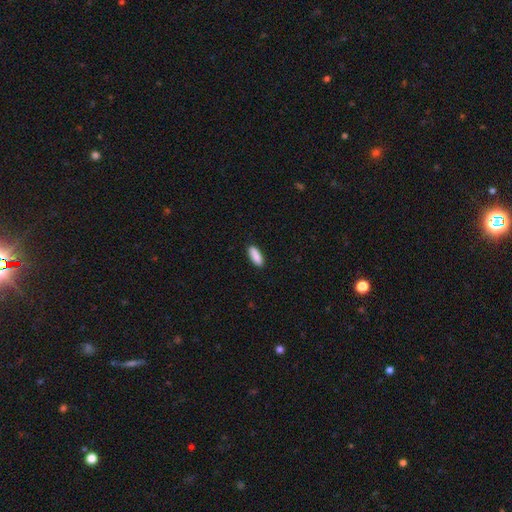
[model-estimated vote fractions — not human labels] Smooth or featured: smooth — 90% (star or artifact — 6%)
How rounded: in between — 71% (cigar-shaped — 27%)
Merging: none — 88% (minor disturbance — 9%)